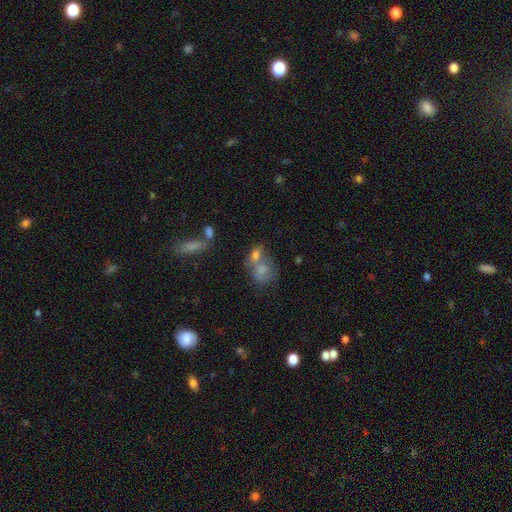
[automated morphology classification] Smooth or featured? Predicted: smooth (p=0.70). How rounded? Predicted: in between (p=0.58). Merging? Predicted: merger (p=0.47).